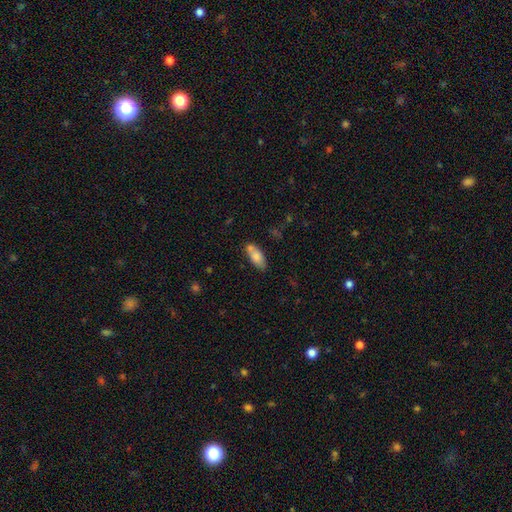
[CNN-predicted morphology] Smooth or featured? smooth (78%)
How rounded? in between (82%)
Merging? none (62%)